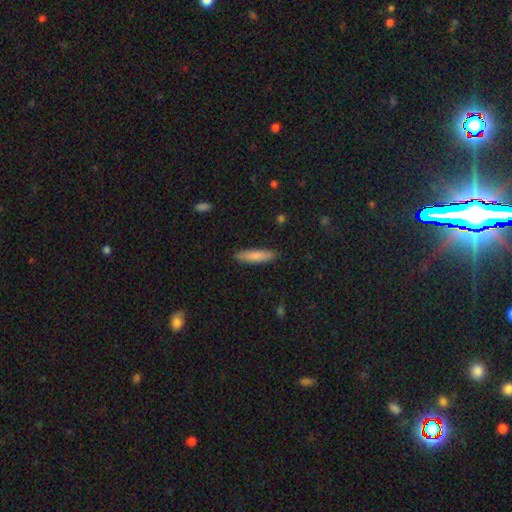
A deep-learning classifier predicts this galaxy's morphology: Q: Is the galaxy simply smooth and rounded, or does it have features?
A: smooth — 82%.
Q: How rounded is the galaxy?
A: cigar-shaped — 79%.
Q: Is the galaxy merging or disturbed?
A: none — 89%.